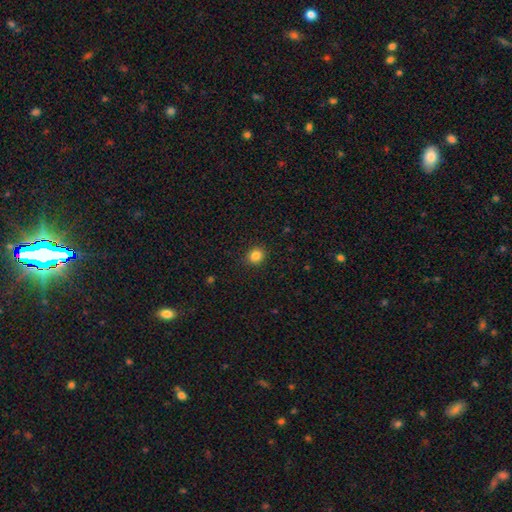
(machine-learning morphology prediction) The model was most divided on "how rounded": round: 78%, in between: 21%, cigar-shaped: 1%. More confident: merging — none (90%); smooth or featured — smooth (84%).